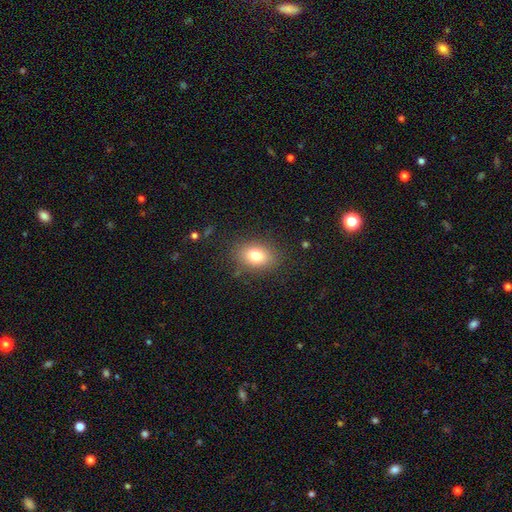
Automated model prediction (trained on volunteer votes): Q: Smooth or featured?
A: smooth (78%); runner-up: star or artifact (11%)
Q: How rounded?
A: in between (68%); runner-up: round (31%)
Q: Merging?
A: none (85%); runner-up: minor disturbance (10%)